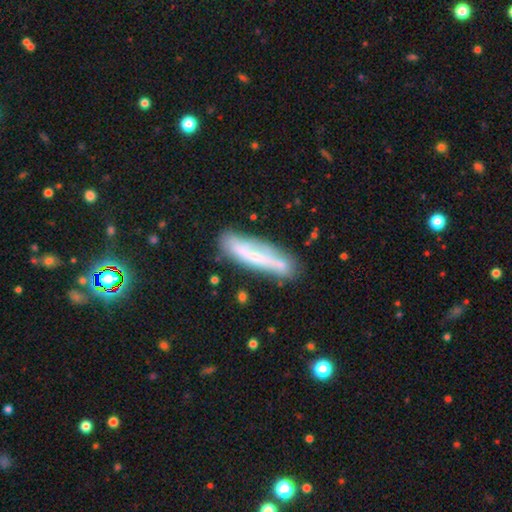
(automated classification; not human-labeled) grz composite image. It shows a featured or disk galaxy (49%). Merging: none (73%).